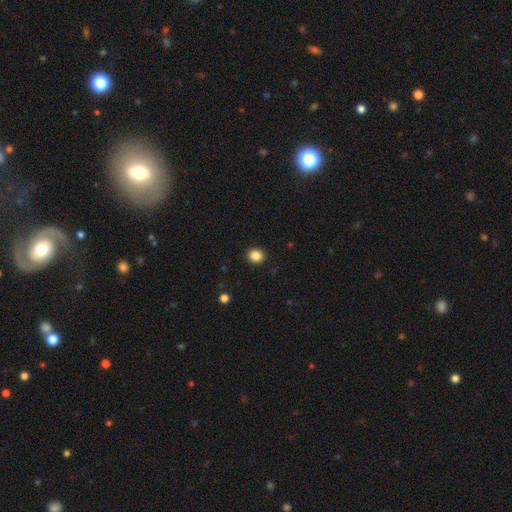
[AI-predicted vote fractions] Smooth or featured: smooth — 86% (star or artifact — 11%)
How rounded: round — 82% (in between — 17%)
Merging: none — 92% (minor disturbance — 5%)